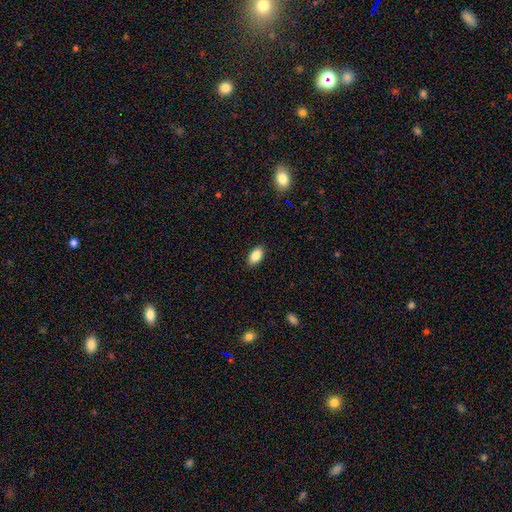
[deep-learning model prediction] Morphology: type=smooth (86%); roundness=in between (93%); merging=none (89%).